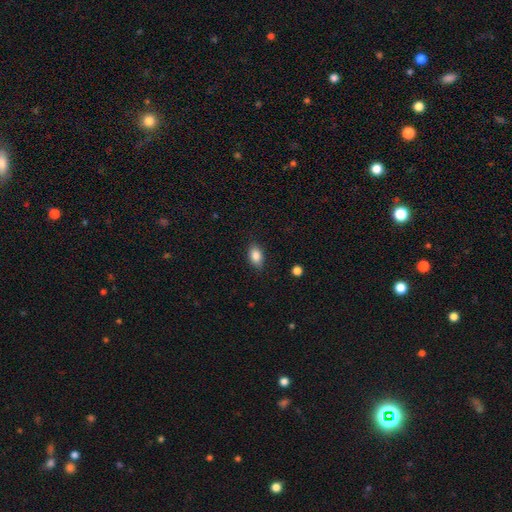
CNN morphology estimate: Q: Smooth or featured?
A: smooth (85%); runner-up: star or artifact (8%)
Q: How rounded?
A: in between (86%); runner-up: round (11%)
Q: Merging?
A: none (84%); runner-up: minor disturbance (12%)